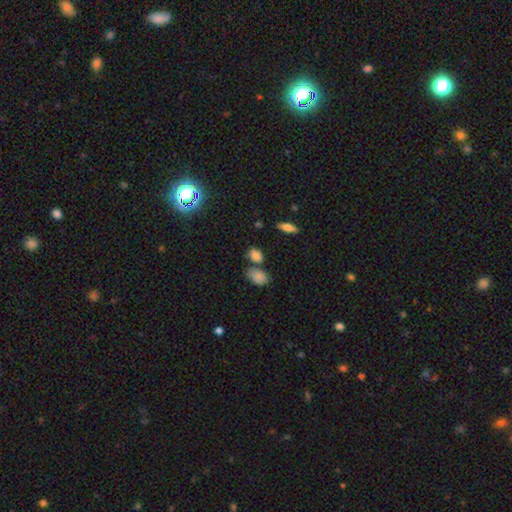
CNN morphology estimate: This is clearly a smooth galaxy (82%). How rounded: likely in between (71%). Merging: likely none (61%).